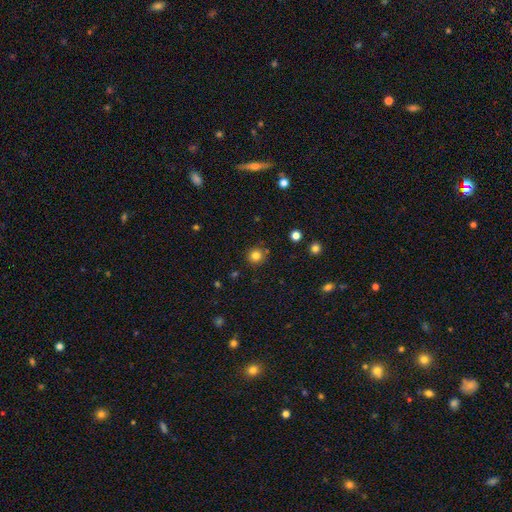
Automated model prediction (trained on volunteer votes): A smooth galaxy with no disk features (81%) that is round (94%). Merging: none (86%).